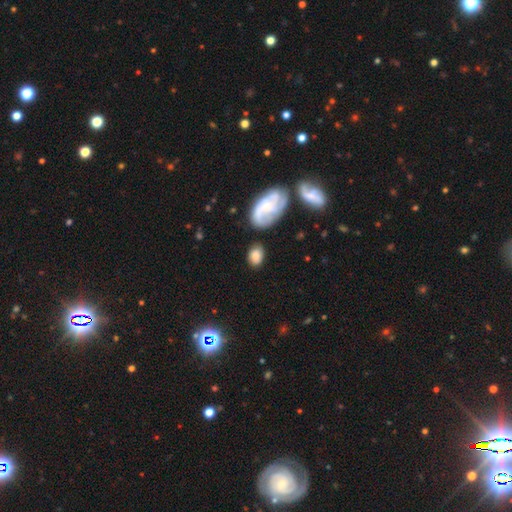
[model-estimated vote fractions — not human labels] Q: Smooth or featured?
A: smooth (71%); runner-up: featured or disk (21%)
Q: How rounded?
A: in between (74%); runner-up: round (24%)
Q: Merging?
A: none (70%); runner-up: minor disturbance (17%)